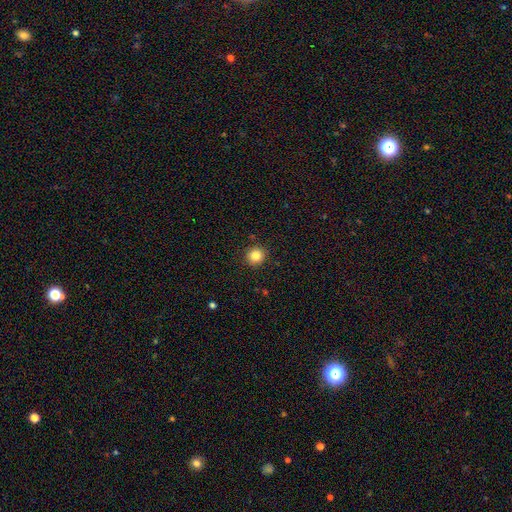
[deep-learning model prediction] Overall: smooth (84%). How rounded: round (92%). Merging: none (91%).